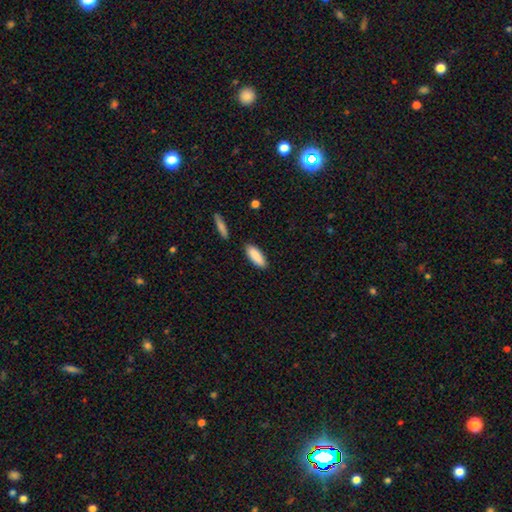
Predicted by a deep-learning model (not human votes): Smooth or featured? Predicted: smooth (p=0.88). How rounded? Predicted: in between (p=0.66). Merging? Predicted: none (p=0.84).